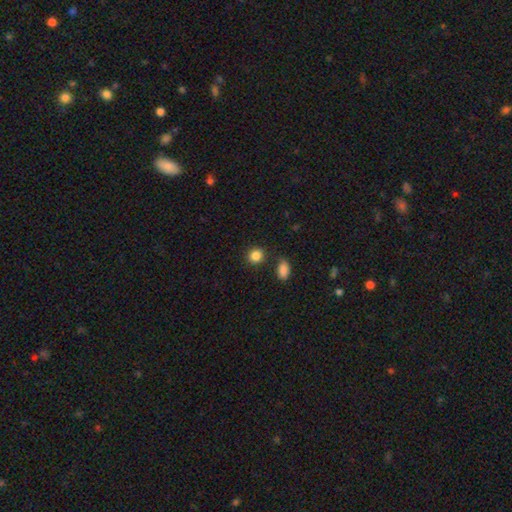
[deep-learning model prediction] Morphology: type=smooth (86%); roundness=round (78%); merging=none (81%).